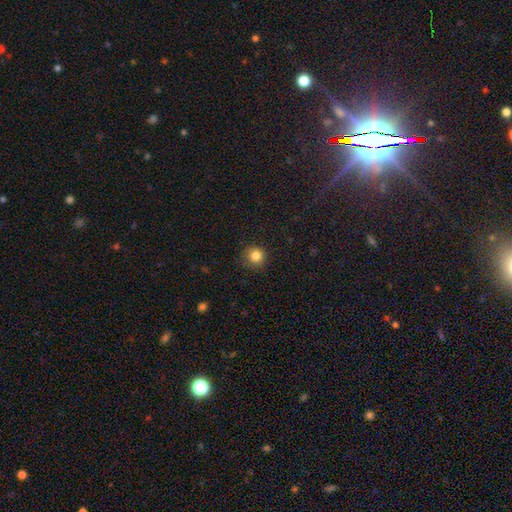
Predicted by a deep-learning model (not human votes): This is clearly a smooth galaxy (83%). How rounded: clearly round (93%). Merging: clearly none (85%).